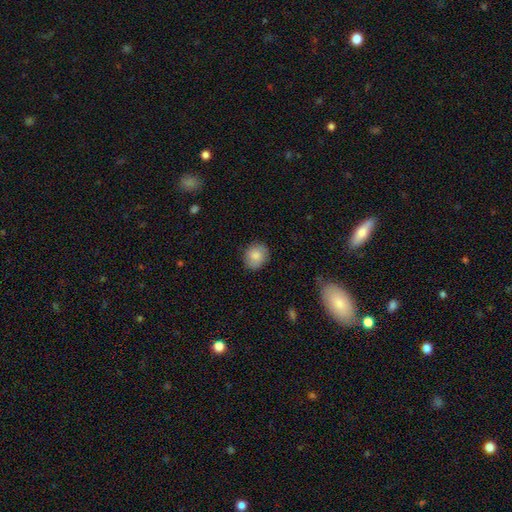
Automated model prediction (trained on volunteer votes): Smooth or featured? Predicted: smooth (p=0.84). How rounded? Predicted: round (p=0.72). Merging? Predicted: none (p=0.85).